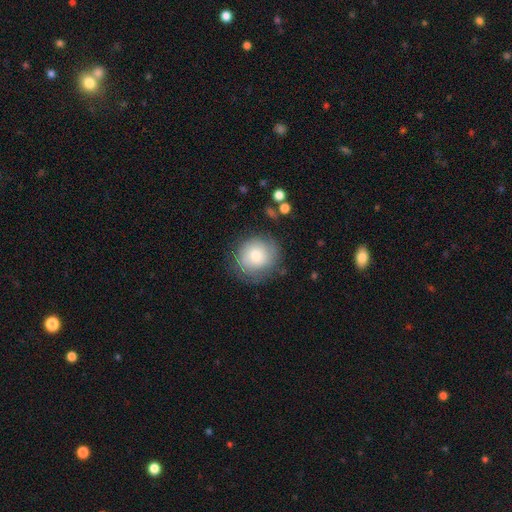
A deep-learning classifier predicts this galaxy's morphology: Overall: smooth (68%). How rounded: round (89%). Merging: none (74%).